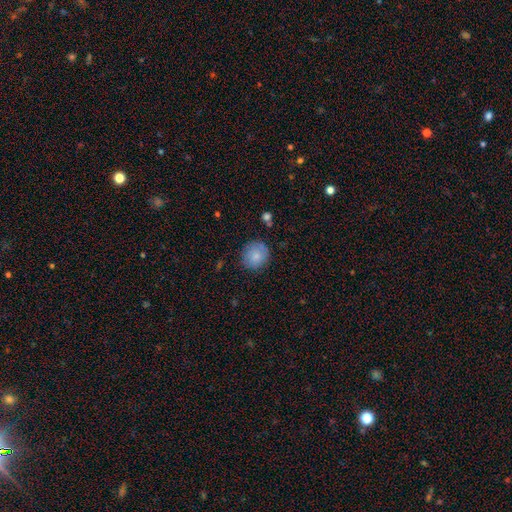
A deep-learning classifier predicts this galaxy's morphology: The model was most divided on "merging": none: 82%, minor disturbance: 13%, major disturbance: 3%, merger: 2%. More confident: how rounded — round (85%); smooth or featured — smooth (83%).